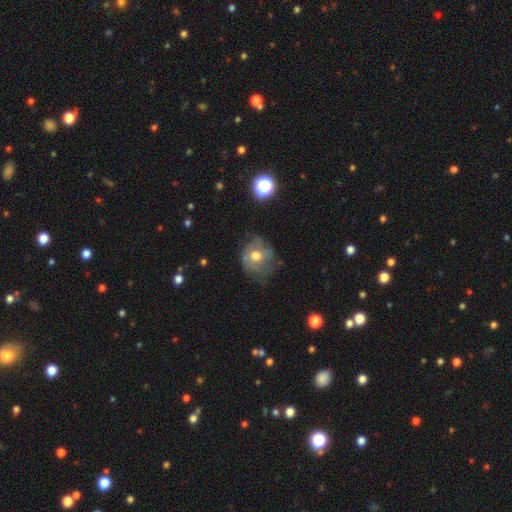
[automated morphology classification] Smooth or featured?
  - smooth: 45% * (tied)
  - featured or disk: 45% * (tied)
  - star or artifact: 11%
Merging?
  - none: 53% *
  - minor disturbance: 27%
  - major disturbance: 18%
  - merger: 2%